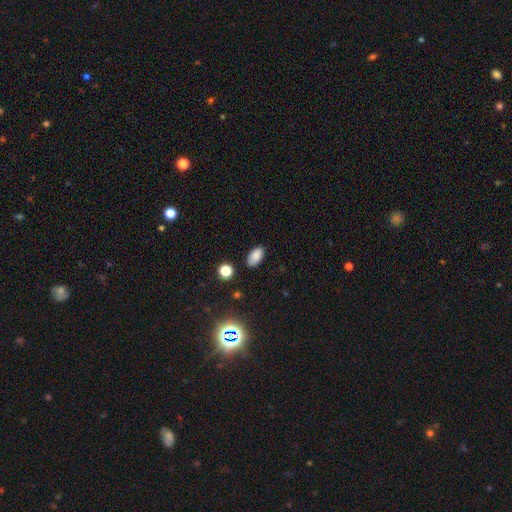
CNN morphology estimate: smooth 84%, star or artifact 11%, featured or disk 5%. Down the decision tree: how rounded — in between (93%); merging — none (82%).